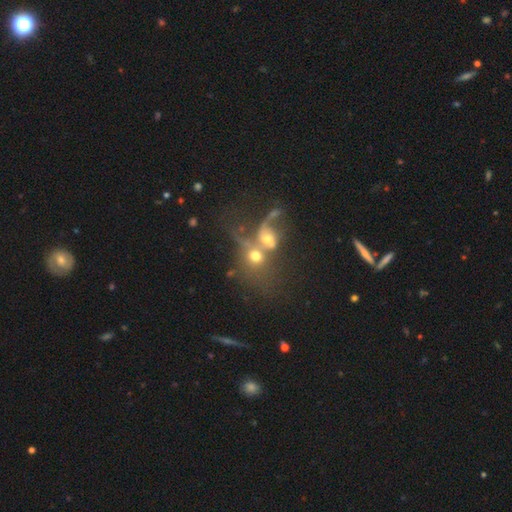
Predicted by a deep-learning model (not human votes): Smooth or featured? Predicted: featured or disk (p=0.43). Merging? Predicted: merger (p=0.71).